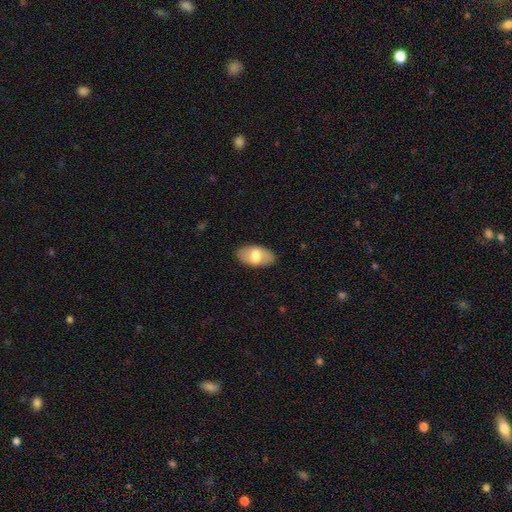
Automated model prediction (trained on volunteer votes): Morphology: type=smooth (66%); roundness=in between (94%); merging=none (85%).